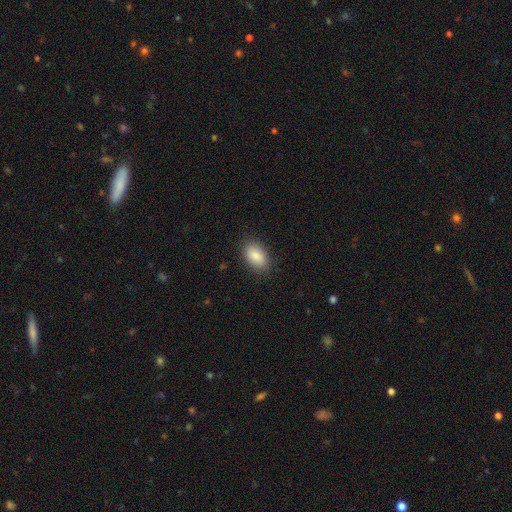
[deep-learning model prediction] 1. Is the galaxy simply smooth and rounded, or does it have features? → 88% smooth, 7% star or artifact, 5% featured or disk.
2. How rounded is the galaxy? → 91% in between, 7% round, 2% cigar-shaped.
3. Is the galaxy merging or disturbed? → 87% none, 10% minor disturbance, 3% major disturbance, 1% merger.